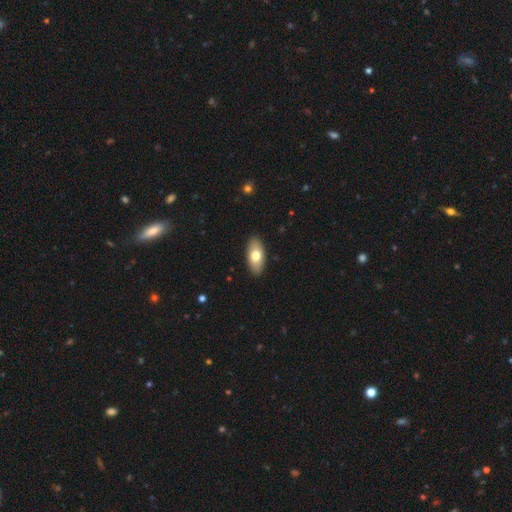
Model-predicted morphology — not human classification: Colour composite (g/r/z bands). It shows a smooth galaxy with no disk features (72%) that is in between round and cigar-shaped (91%). Merging: none (90%).